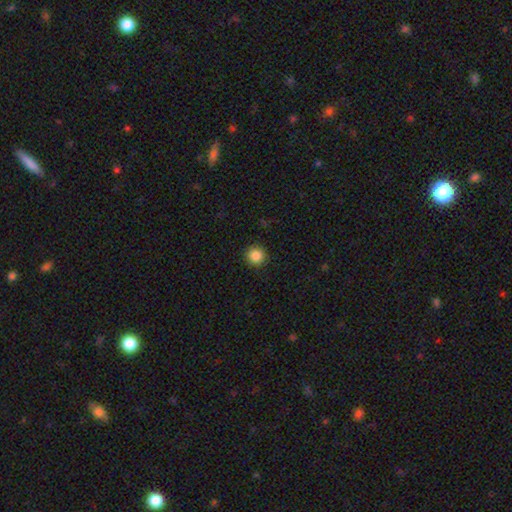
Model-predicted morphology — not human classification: The model was most divided on "smooth or featured": smooth: 86%, star or artifact: 10%, featured or disk: 4%. More confident: how rounded — round (94%); merging — none (92%).